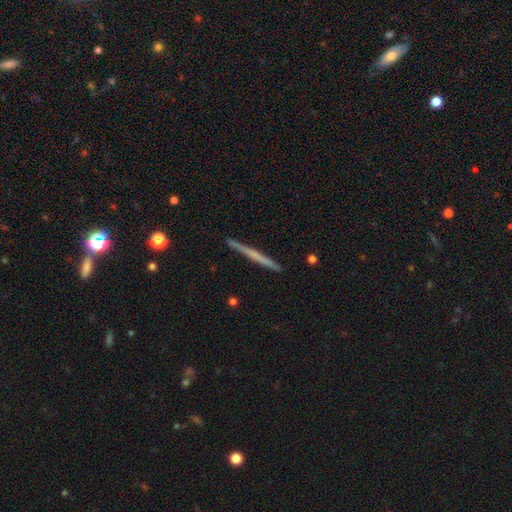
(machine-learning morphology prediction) Smooth or featured? featured or disk (54%)
Edge-on disk? yes (98%)
Edge-on bulge? none (83%)
Merging? none (92%)